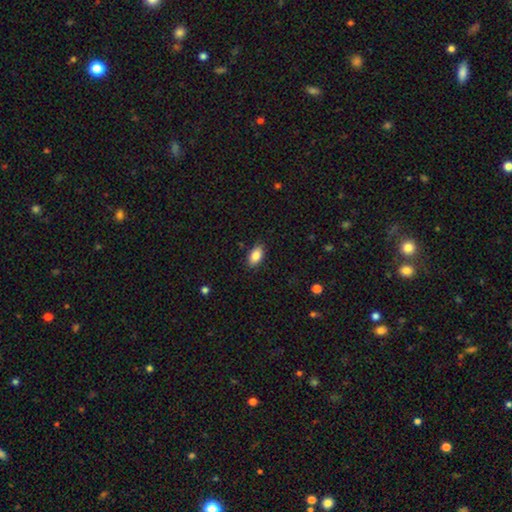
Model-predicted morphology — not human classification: type=smooth (85%); roundness=in between (91%); merging=none (86%).